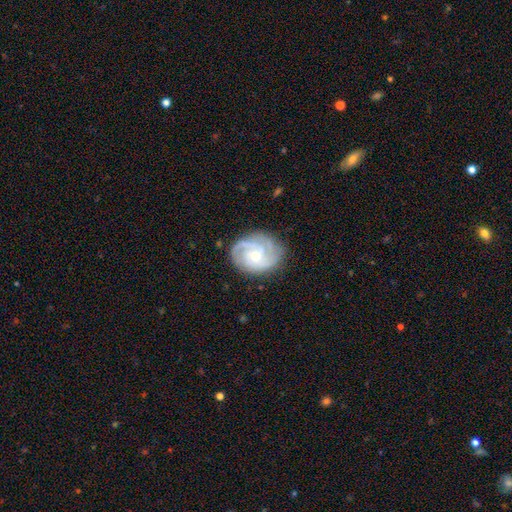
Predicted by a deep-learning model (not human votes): smooth_or_featured: featured or disk (p=0.85) [alt: smooth p=0.09]
disk_edge_on: no (p=0.97) [alt: yes p=0.03]
bar: no (p=0.70) [alt: weak p=0.25]
has_spiral_arms: yes (p=0.97) [alt: no p=0.03]
spiral_winding: tight (p=0.56) [alt: medium p=0.37]
spiral_arm_count: 3 (p=0.41) [alt: 2 p=0.25]
bulge_size: small (p=0.51) [alt: moderate p=0.45]
merging: none (p=0.76) [alt: minor disturbance p=0.17]